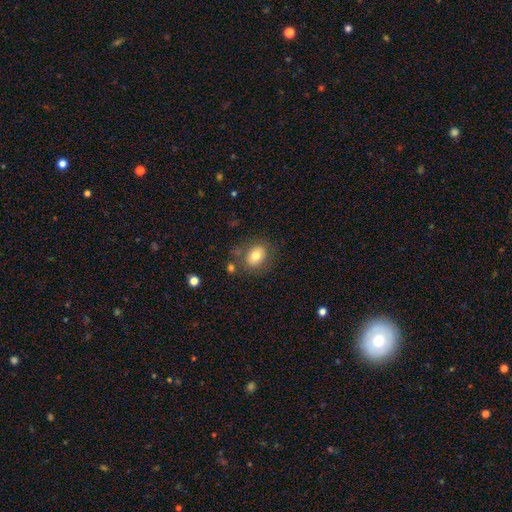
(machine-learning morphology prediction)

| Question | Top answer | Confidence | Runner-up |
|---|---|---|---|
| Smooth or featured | smooth | 76% | featured or disk (15%) |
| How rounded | in between | 50% | round (49%) |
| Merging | none | 74% | minor disturbance (14%) |